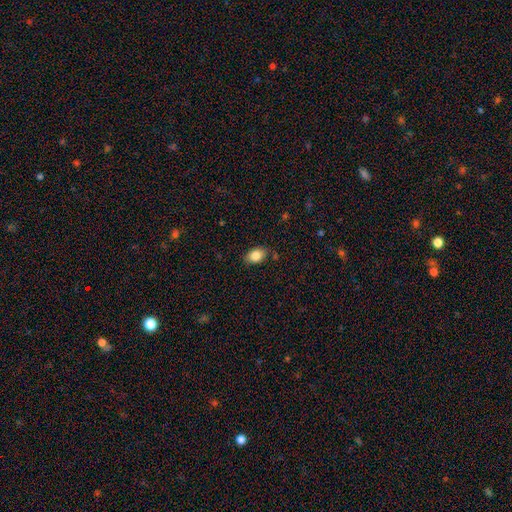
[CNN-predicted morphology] Smooth or featured?
  - smooth: 84% *
  - star or artifact: 8%
  - featured or disk: 8%
How rounded?
  - in between: 82% *
  - round: 17%
  - cigar-shaped: 1%
Merging?
  - none: 82% *
  - minor disturbance: 14%
  - major disturbance: 3%
  - merger: 2%